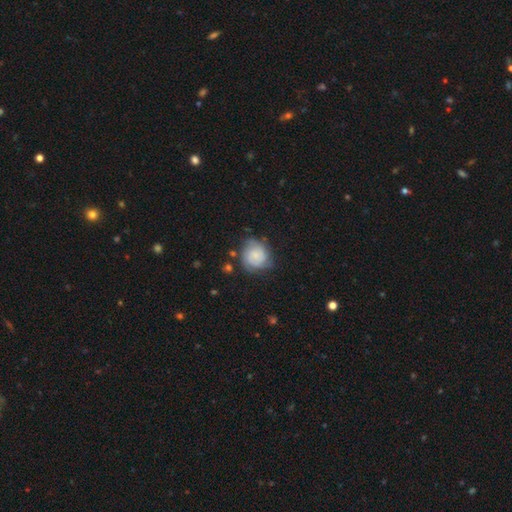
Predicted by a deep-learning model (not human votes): Morphology: type=smooth (52%); roundness=round (79%); merging=none (60%).